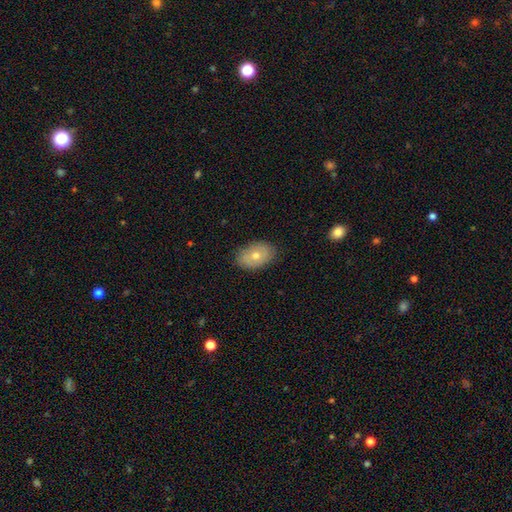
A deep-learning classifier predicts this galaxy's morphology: Smooth or featured? Predicted: smooth (p=0.61). How rounded? Predicted: in between (p=0.88). Merging? Predicted: none (p=0.85).